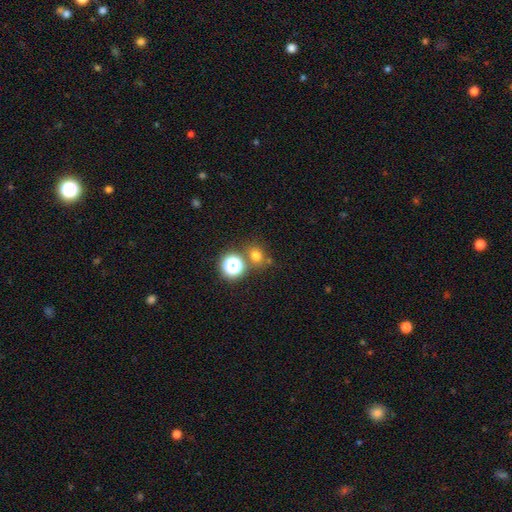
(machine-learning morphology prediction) The model was most divided on "smooth or featured": smooth: 68%, star or artifact: 24%, featured or disk: 8%. More confident: how rounded — round (75%); merging — none (70%).